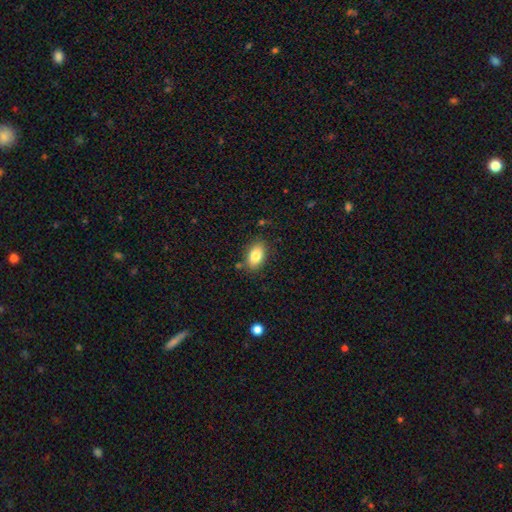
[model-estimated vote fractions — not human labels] Smooth or featured? smooth (83%)
How rounded? in between (91%)
Merging? none (82%)